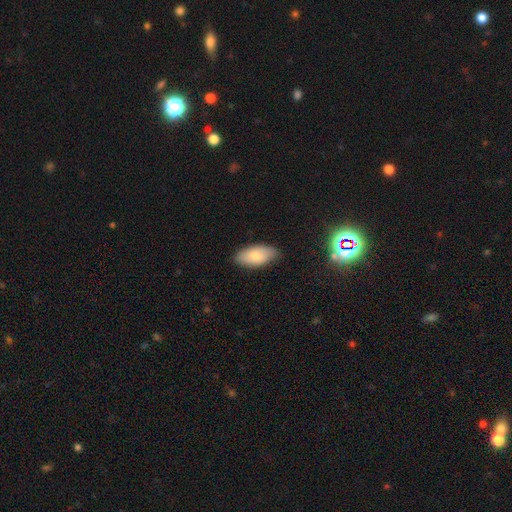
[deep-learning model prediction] This appears to be a smooth galaxy with no disk features (81%) that is in between round and cigar-shaped (92%). Merging: none (82%).